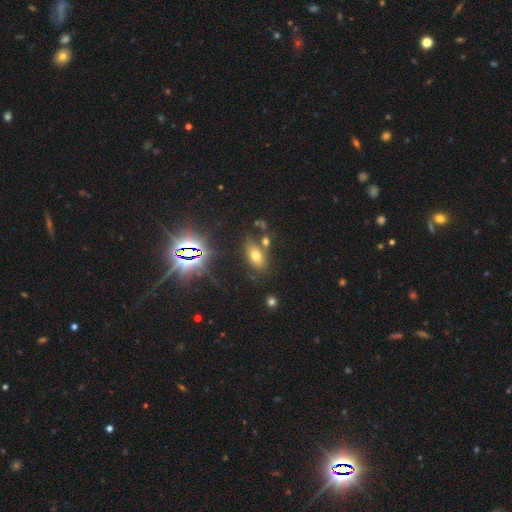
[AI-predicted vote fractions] This appears to be a smooth galaxy with no disk features (62%) that is in between round and cigar-shaped (86%). Merging: none (69%).